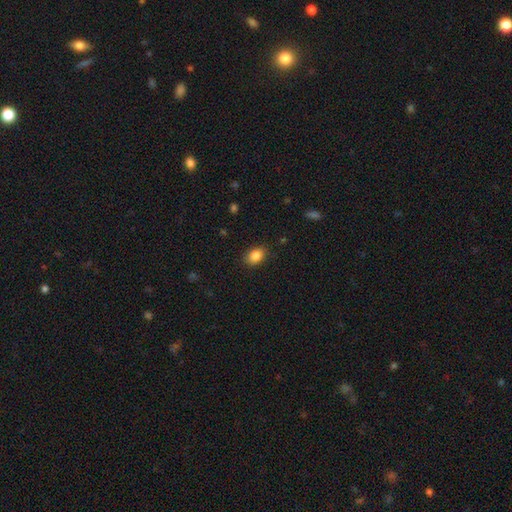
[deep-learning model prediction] A smooth galaxy with no disk features (86%) that is in between round and cigar-shaped (77%).

Vote fractions:
- Smooth or featured? smooth: 86% / star or artifact: 9% / featured or disk: 5%
- How rounded? in between: 77% / round: 21% / cigar-shaped: 1%
- Merging? none: 86% / minor disturbance: 11% / major disturbance: 3% / merger: 1%